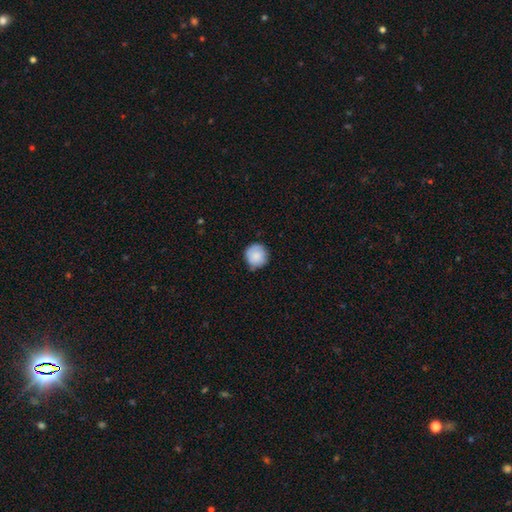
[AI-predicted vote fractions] The model was most divided on "merging": none: 76%, minor disturbance: 20%, major disturbance: 3%, merger: 1%. More confident: how rounded — round (92%); smooth or featured — smooth (85%).